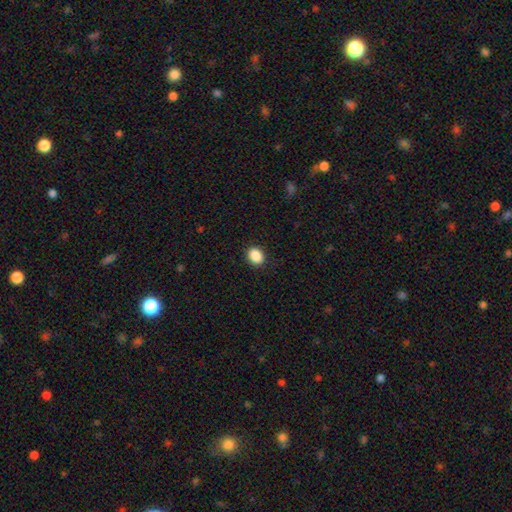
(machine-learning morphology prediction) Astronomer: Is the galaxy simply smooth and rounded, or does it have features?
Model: smooth — 89%.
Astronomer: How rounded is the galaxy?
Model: in between — 55% (runner-up: round, 44%).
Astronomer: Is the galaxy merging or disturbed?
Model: none — 90%.